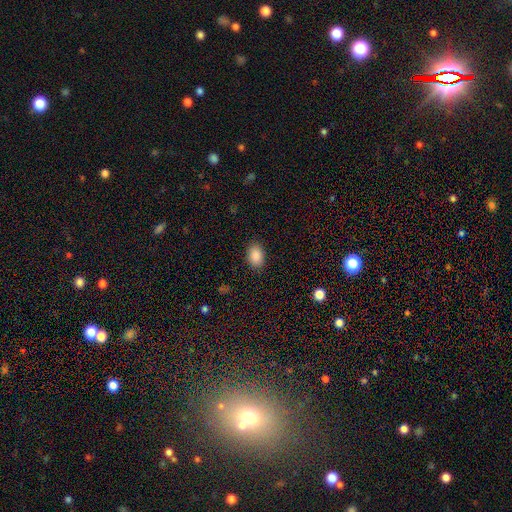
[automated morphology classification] This appears to be a smooth galaxy with no disk features (88%) that is in between round and cigar-shaped (86%). Merging: none (88%).